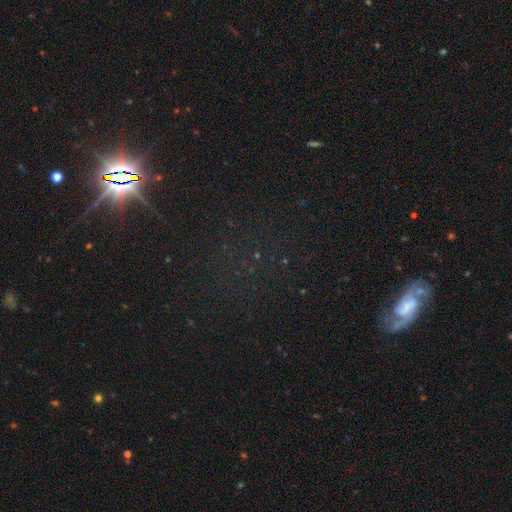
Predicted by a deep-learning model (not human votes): Smooth or featured? Predicted: star or artifact (p=0.51).